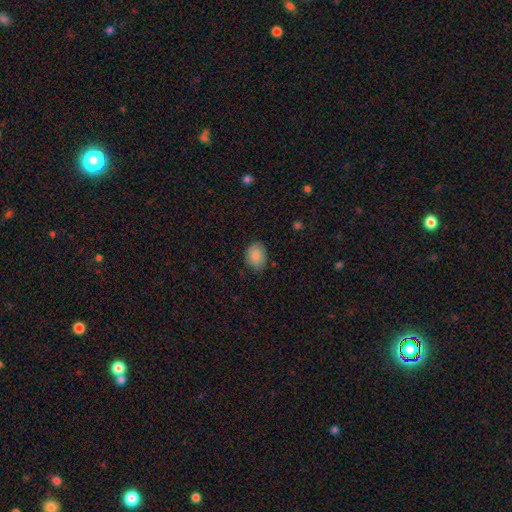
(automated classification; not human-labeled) Smooth or featured?
  - smooth: 85% *
  - featured or disk: 8%
  - star or artifact: 7%
How rounded?
  - in between: 64% *
  - round: 35%
  - cigar-shaped: 1%
Merging?
  - none: 77% *
  - minor disturbance: 19%
  - major disturbance: 3%
  - merger: 1%